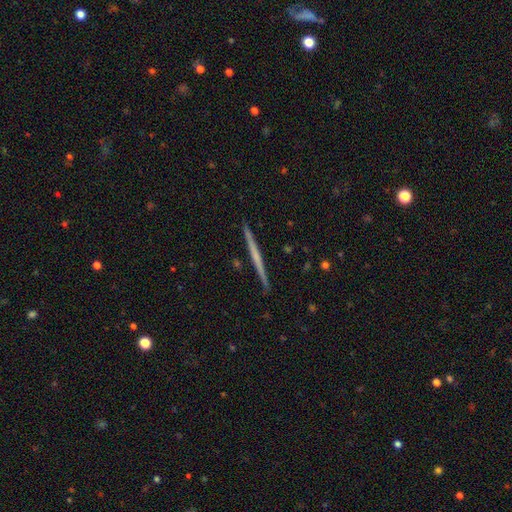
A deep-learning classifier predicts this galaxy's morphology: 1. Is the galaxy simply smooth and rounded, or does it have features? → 60% featured or disk, 34% smooth, 5% star or artifact.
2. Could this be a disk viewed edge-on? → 98% yes, 2% no.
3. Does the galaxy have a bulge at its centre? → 83% none, 12% rounded, 5% boxy.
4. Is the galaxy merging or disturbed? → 92% none, 6% minor disturbance, 1% major disturbance, 1% merger.